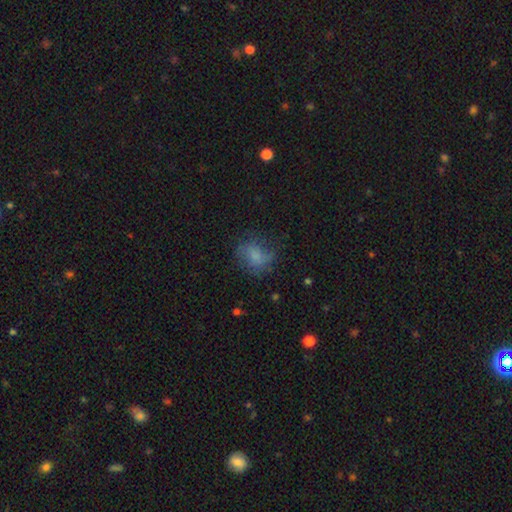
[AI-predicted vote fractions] Overall: smooth (65%). How rounded: in between (50%; round 48%). Merging: none (54%; minor disturbance 25%).